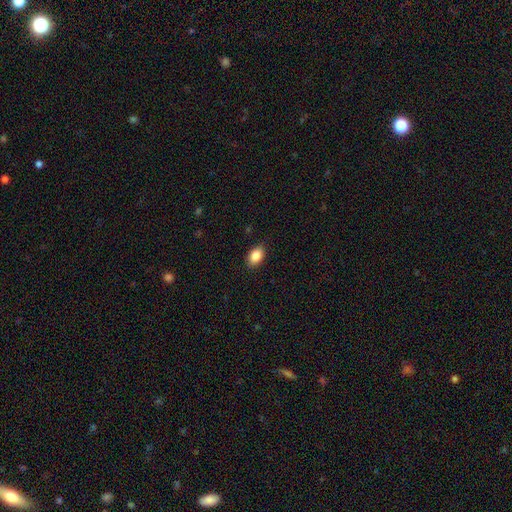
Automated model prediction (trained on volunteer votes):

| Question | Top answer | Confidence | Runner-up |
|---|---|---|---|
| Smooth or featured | smooth | 87% | star or artifact (8%) |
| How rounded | in between | 89% | round (10%) |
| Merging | none | 88% | minor disturbance (9%) |